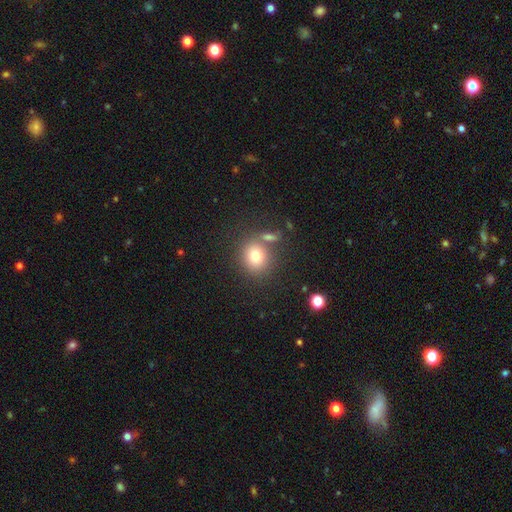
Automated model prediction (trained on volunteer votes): Smooth or featured?
  - smooth: 77% *
  - star or artifact: 12%
  - featured or disk: 11%
How rounded?
  - round: 76% *
  - in between: 23%
  - cigar-shaped: 1%
Merging?
  - none: 68% *
  - merger: 17%
  - minor disturbance: 10%
  - major disturbance: 4%